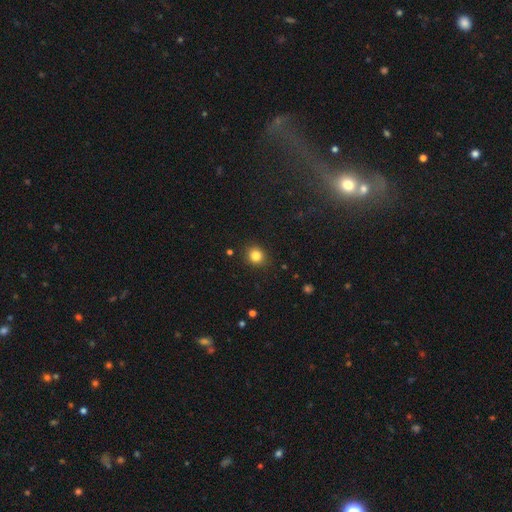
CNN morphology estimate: Smooth or featured? smooth (83%)
How rounded? round (83%)
Merging? none (89%)